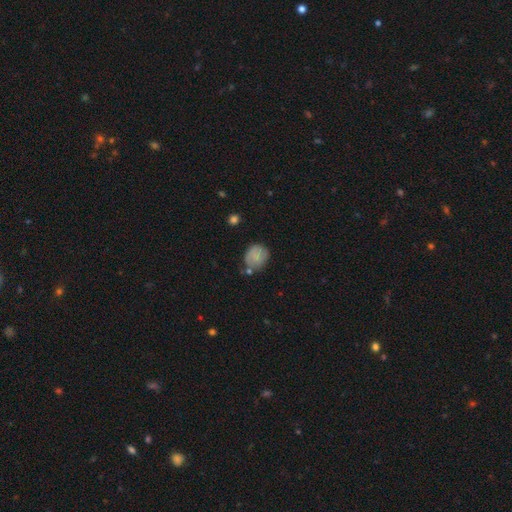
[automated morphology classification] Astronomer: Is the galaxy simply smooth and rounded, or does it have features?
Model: smooth — 77%.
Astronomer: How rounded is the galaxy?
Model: round — 67%.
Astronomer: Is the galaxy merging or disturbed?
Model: none — 58%.